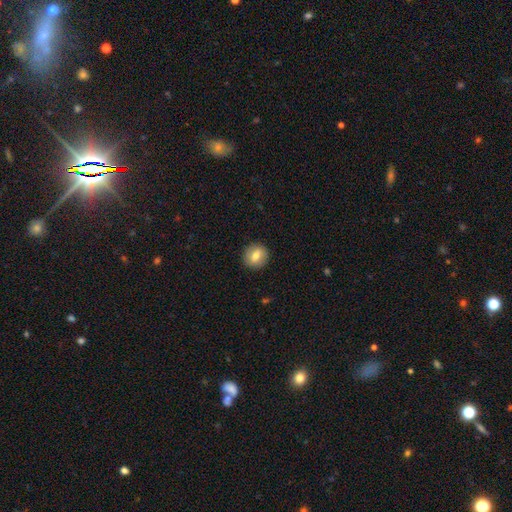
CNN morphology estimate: Q: Smooth or featured?
A: smooth (73%); runner-up: featured or disk (18%)
Q: How rounded?
A: round (85%); runner-up: in between (14%)
Q: Merging?
A: none (90%); runner-up: minor disturbance (7%)